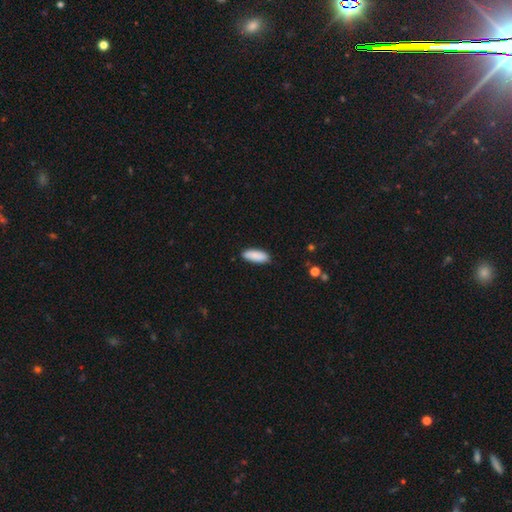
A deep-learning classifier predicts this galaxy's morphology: Q: Smooth or featured?
A: smooth (89%); runner-up: star or artifact (6%)
Q: How rounded?
A: in between (74%); runner-up: cigar-shaped (24%)
Q: Merging?
A: none (87%); runner-up: minor disturbance (11%)